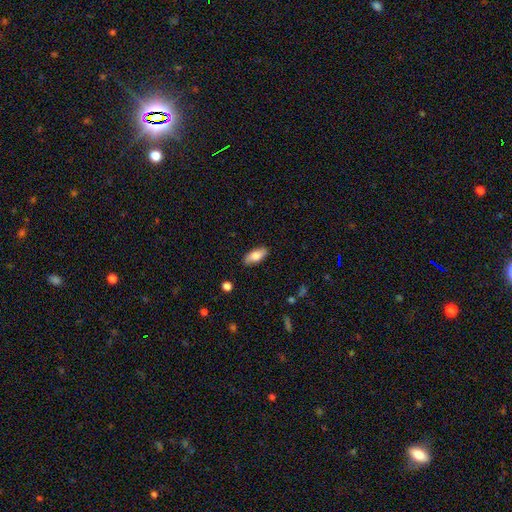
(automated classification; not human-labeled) smooth_or_featured: smooth (p=0.79) [alt: featured or disk p=0.15]
how_rounded: in between (p=0.86) [alt: cigar-shaped p=0.12]
merging: none (p=0.86) [alt: minor disturbance p=0.10]